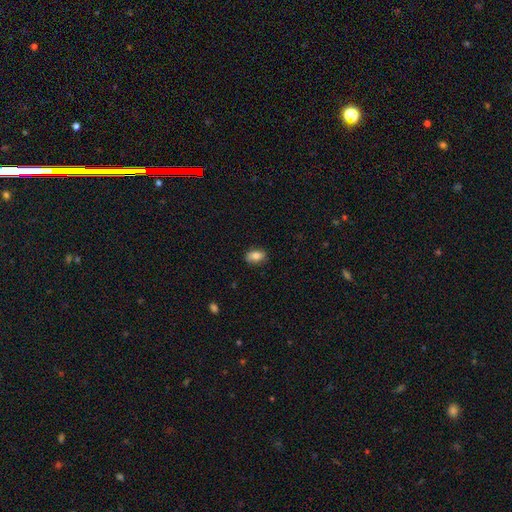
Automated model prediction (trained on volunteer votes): A smooth galaxy with no disk features (83%) that is in between round and cigar-shaped (88%). Merging: none (83%).